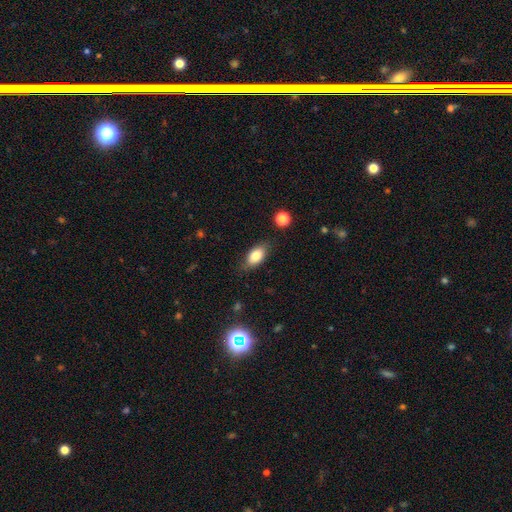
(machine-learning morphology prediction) Smooth or featured? smooth (80%)
How rounded? in between (88%)
Merging? none (80%)